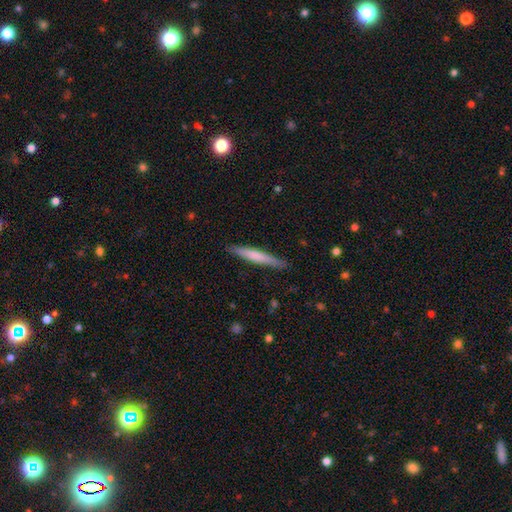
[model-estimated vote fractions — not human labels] A smooth galaxy with no disk features (61%) that is cigar-shaped (95%). Merging: none (88%).